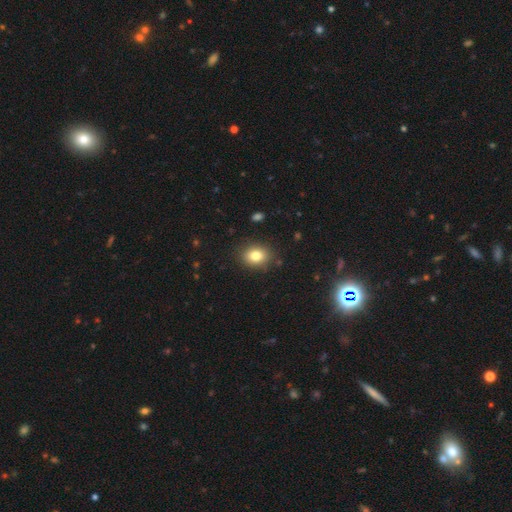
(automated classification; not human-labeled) Morphology: type=smooth (81%); roundness=in between (54%); merging=none (87%).